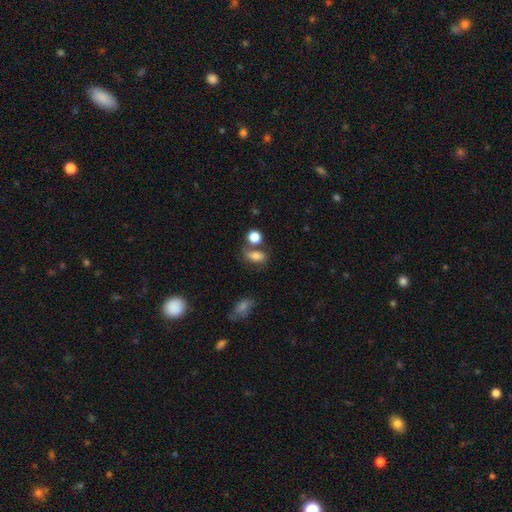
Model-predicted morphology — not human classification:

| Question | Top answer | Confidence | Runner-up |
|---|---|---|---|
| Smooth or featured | smooth | 72% | featured or disk (15%) |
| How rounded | in between | 74% | round (22%) |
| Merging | none | 53% | merger (22%) |